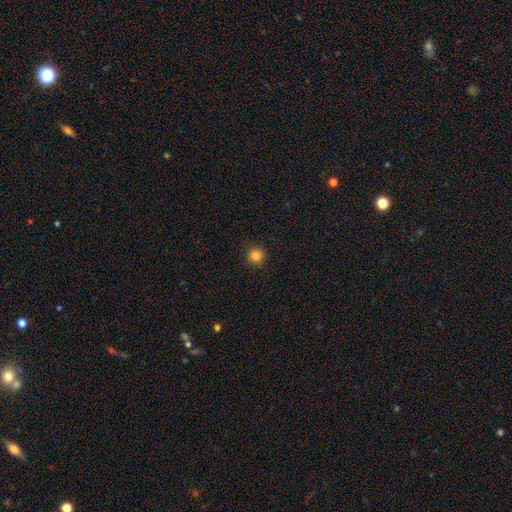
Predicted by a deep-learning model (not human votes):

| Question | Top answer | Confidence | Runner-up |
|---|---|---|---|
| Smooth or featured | smooth | 84% | star or artifact (12%) |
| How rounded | round | 95% | in between (4%) |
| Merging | none | 92% | minor disturbance (5%) |